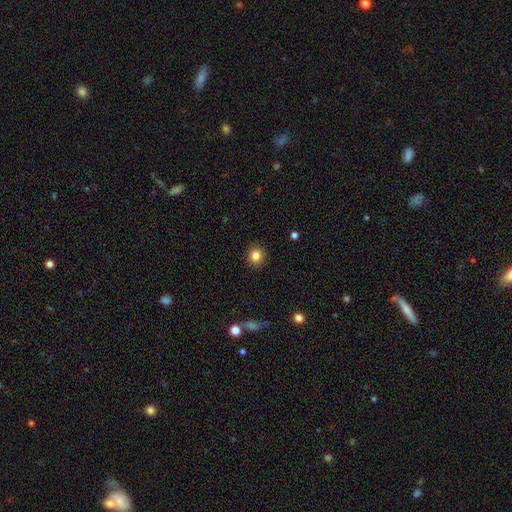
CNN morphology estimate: This is clearly a smooth galaxy (84%). How rounded: clearly round (88%). Merging: clearly none (91%).